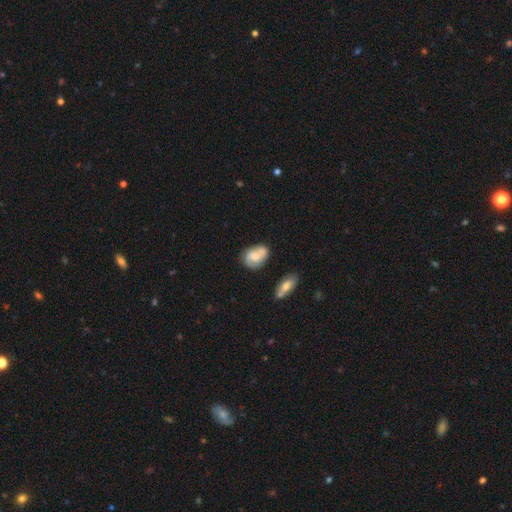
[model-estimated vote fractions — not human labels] smooth-or-featured: smooth: 54% | featured or disk: 39% | star or artifact: 8%
  how-rounded: in between: 68% | round: 30% | cigar-shaped: 2%
  merging: none: 53% | minor disturbance: 24% | merger: 16% | major disturbance: 7%